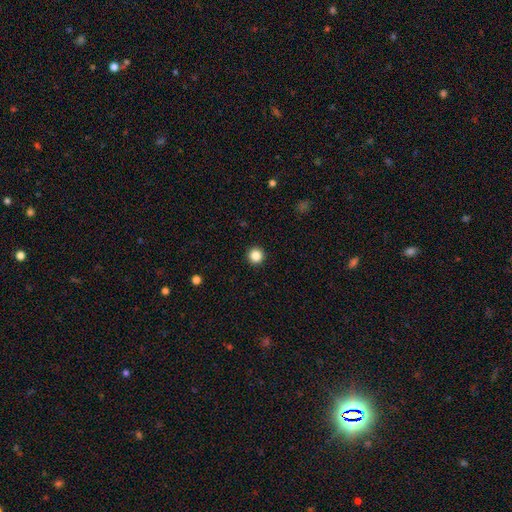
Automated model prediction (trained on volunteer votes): This is clearly a smooth galaxy (85%). How rounded: clearly round (96%). Merging: clearly none (94%).